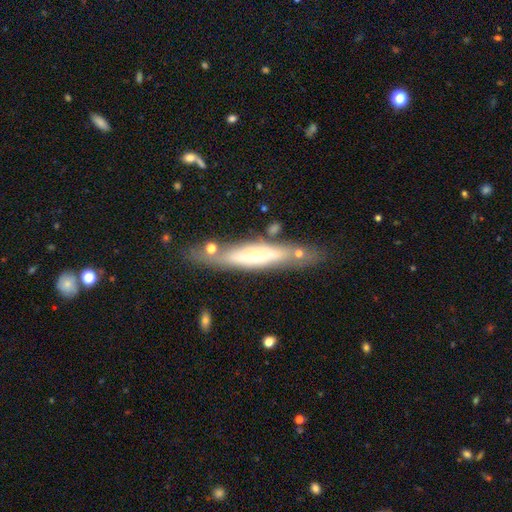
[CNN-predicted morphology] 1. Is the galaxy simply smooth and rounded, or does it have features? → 65% featured or disk, 28% smooth, 6% star or artifact.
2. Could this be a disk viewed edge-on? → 64% yes, 36% no.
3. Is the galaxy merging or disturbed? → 74% none, 15% minor disturbance, 6% merger, 5% major disturbance.